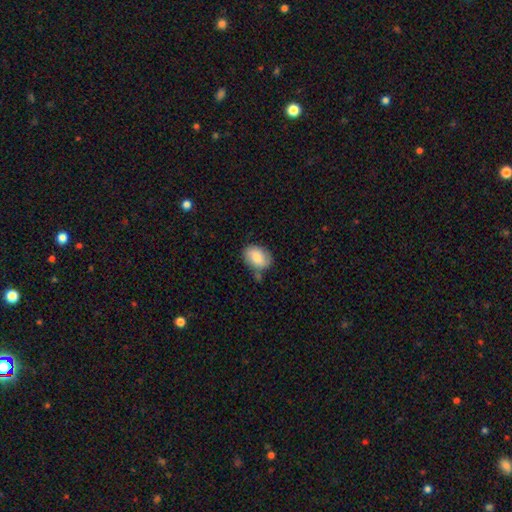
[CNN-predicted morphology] This appears to be a smooth galaxy with no disk features (77%) that is in between round and cigar-shaped (75%). Merging: none (66%).